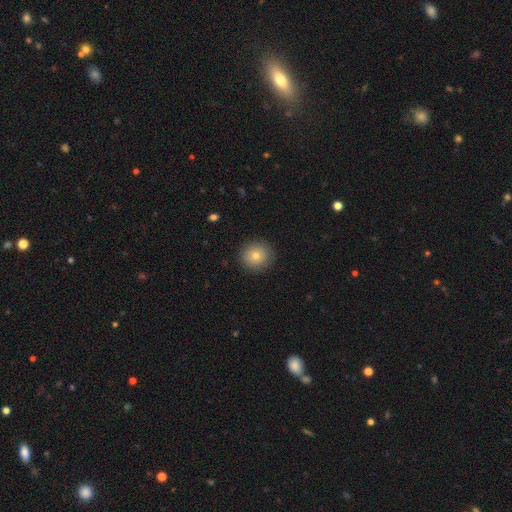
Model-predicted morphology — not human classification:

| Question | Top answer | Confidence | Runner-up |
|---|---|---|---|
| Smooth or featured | smooth | 77% | featured or disk (12%) |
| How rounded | round | 91% | in between (8%) |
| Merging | none | 91% | minor disturbance (6%) |